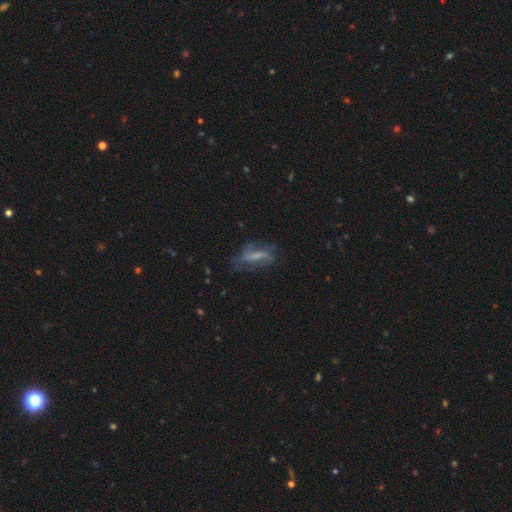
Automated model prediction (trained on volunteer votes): Smooth or featured? Predicted: featured or disk (p=0.58). Edge-on disk? Predicted: no (p=0.86). Bar? Predicted: strong (p=0.40). Spiral arms? Predicted: yes (p=0.70). Bulge size? Predicted: none (p=0.46). Merging? Predicted: none (p=0.48).